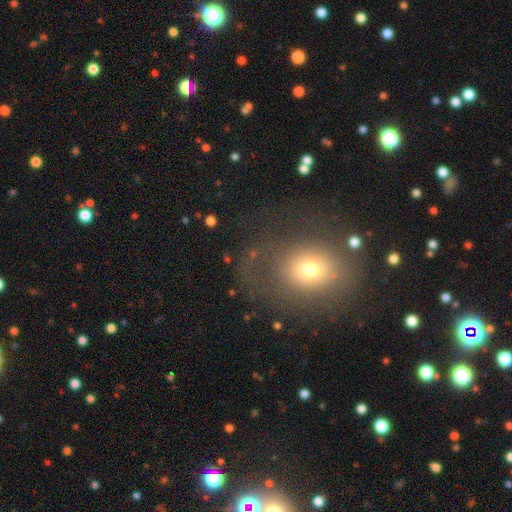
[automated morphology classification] smooth-or-featured: smooth: 62% | featured or disk: 20% | star or artifact: 18%
  how-rounded: round: 55% | in between: 44% | cigar-shaped: 1%
  merging: none: 70% | minor disturbance: 15% | major disturbance: 13% | merger: 3%